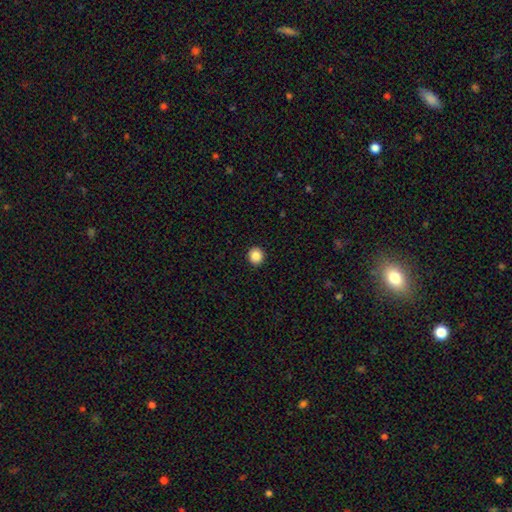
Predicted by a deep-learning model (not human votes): Smooth or featured: smooth — 87% (star or artifact — 10%)
How rounded: round — 91% (in between — 8%)
Merging: none — 93% (minor disturbance — 4%)